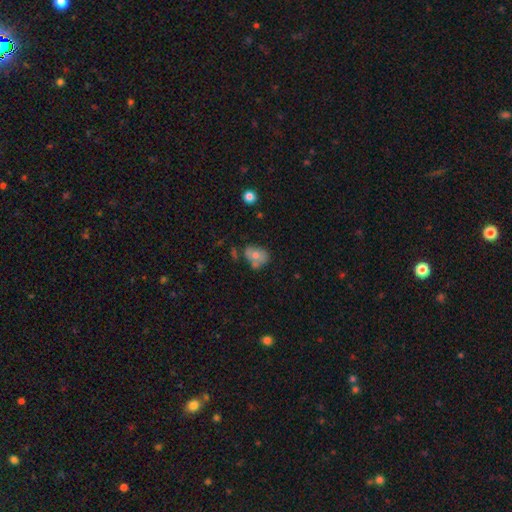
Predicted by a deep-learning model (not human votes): Smooth or featured? Predicted: smooth (p=0.67). How rounded? Predicted: in between (p=0.67). Merging? Predicted: none (p=0.44).